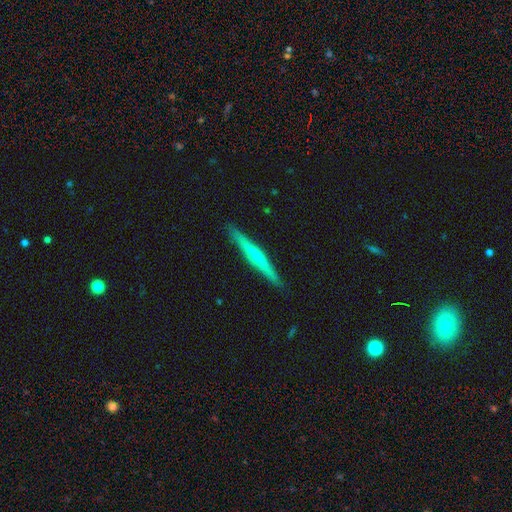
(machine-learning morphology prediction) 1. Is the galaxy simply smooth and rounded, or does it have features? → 54% featured or disk, 40% smooth, 5% star or artifact.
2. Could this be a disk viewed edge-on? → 97% yes, 3% no.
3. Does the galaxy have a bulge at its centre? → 49% rounded, 41% none, 10% boxy.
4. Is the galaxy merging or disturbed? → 91% none, 7% minor disturbance, 1% major disturbance, 1% merger.